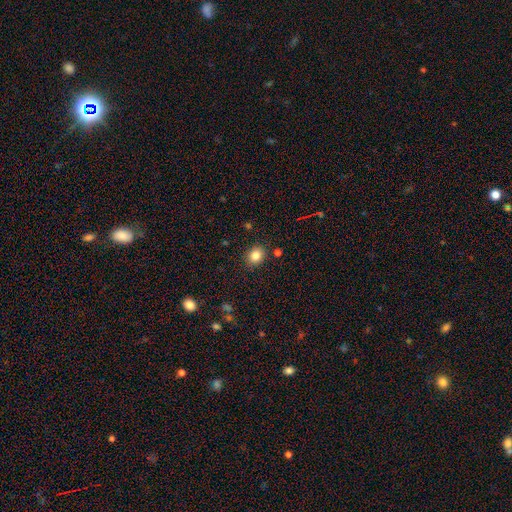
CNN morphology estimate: Overall: smooth (82%). How rounded: round (62%; in between 37%). Merging: none (86%).